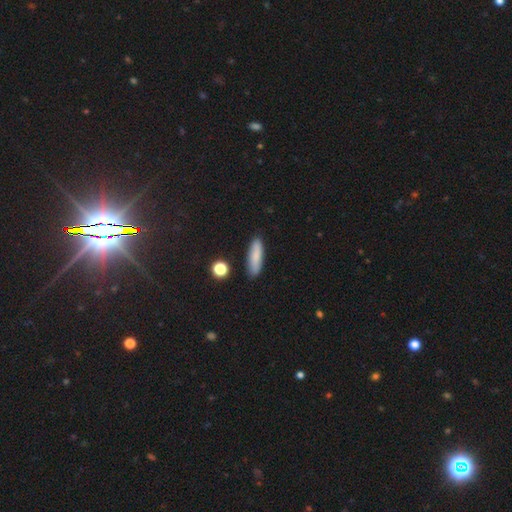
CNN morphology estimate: Smooth or featured? smooth (83%)
How rounded? cigar-shaped (68%)
Merging? none (87%)